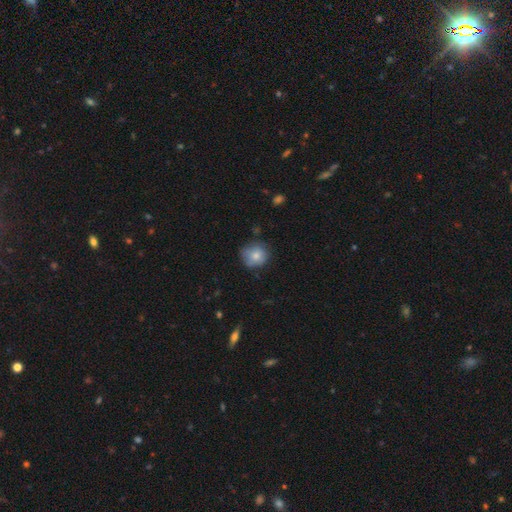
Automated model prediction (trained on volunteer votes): A smooth galaxy with no disk features (78%) that is round (84%). Merging: none (68%).